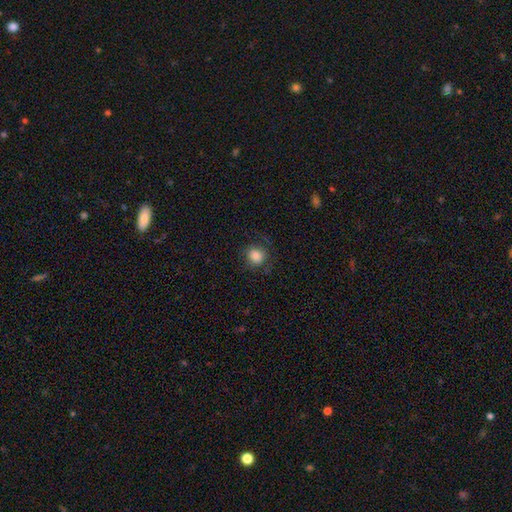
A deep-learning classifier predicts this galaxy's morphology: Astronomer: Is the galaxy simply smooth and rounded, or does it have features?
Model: smooth — 85%.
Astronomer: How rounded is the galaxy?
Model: round — 86%.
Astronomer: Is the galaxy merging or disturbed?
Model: none — 77%.